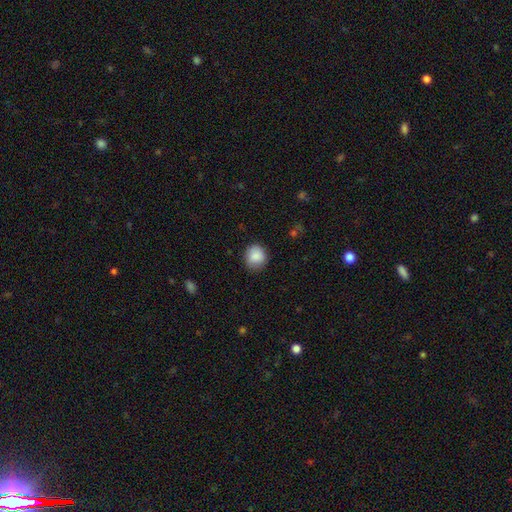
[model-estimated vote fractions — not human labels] A smooth galaxy with no disk features (88%) that is round (81%). Merging: none (83%).